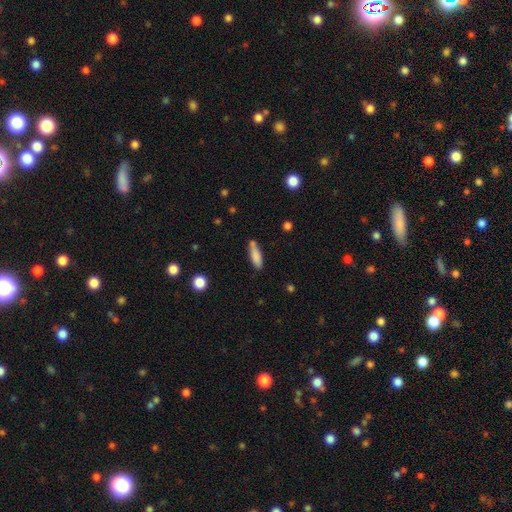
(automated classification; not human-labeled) Smooth or featured? Predicted: smooth (p=0.83). How rounded? Predicted: cigar-shaped (p=0.53). Merging? Predicted: none (p=0.64).